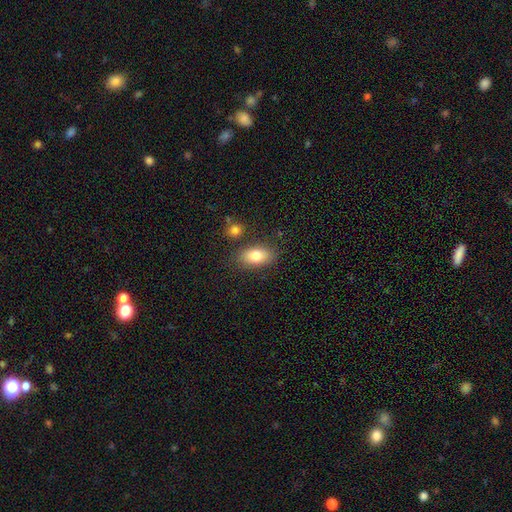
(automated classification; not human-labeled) Morphology: type=smooth (79%); roundness=in between (89%); merging=none (80%).